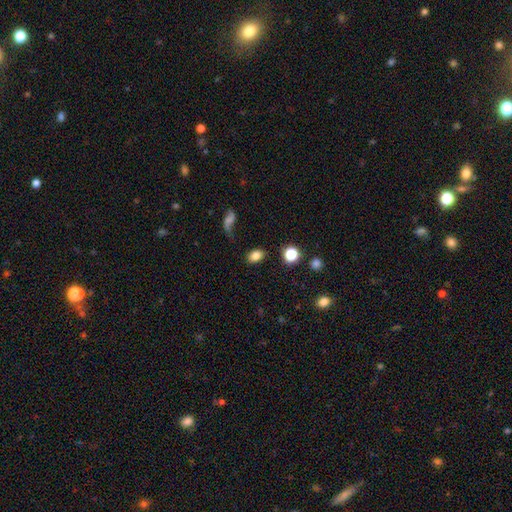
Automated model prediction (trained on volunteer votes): Overall: smooth (80%). How rounded: in between (80%). Merging: none (81%).